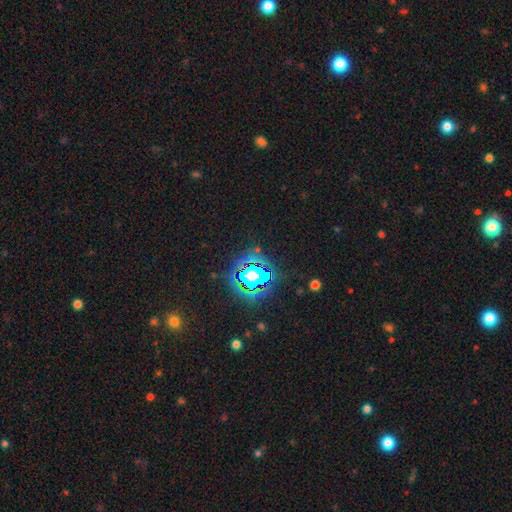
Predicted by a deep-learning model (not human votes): A star or artifact, not a galaxy (83%).

Vote fractions:
- Smooth or featured? star or artifact: 83% / smooth: 10% / featured or disk: 7%